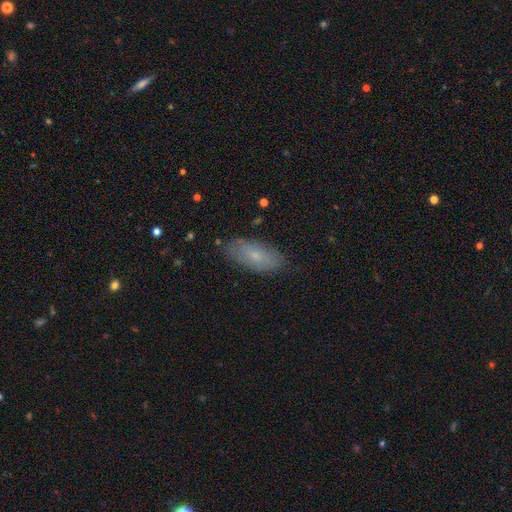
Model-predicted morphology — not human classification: type=smooth (60%); roundness=in between (86%); merging=none (81%).